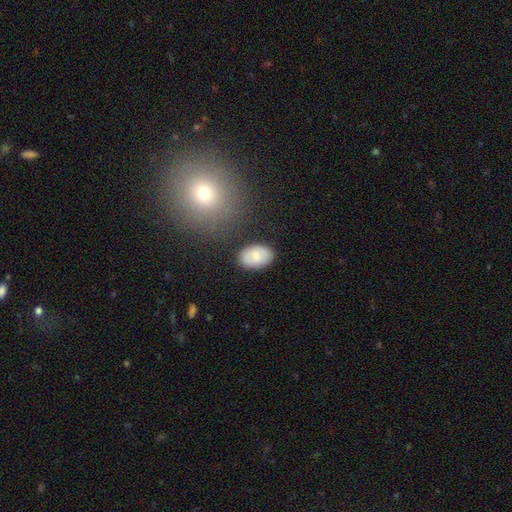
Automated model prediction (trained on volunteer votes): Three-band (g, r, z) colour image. It shows a smooth galaxy with no disk features (75%) that is in between round and cigar-shaped (88%). Merging: none (82%).